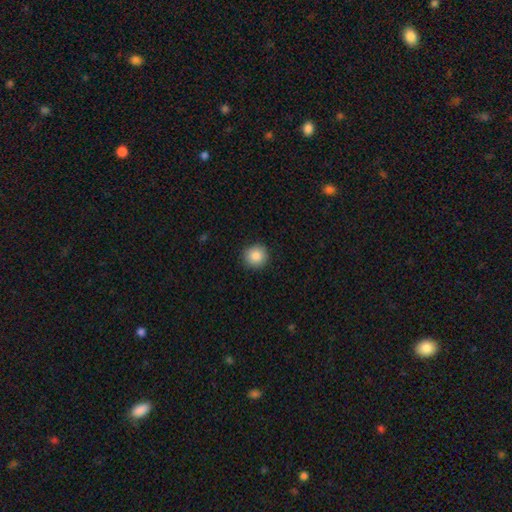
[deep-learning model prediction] A smooth galaxy with no disk features (88%) that is round (93%). Merging: none (91%).